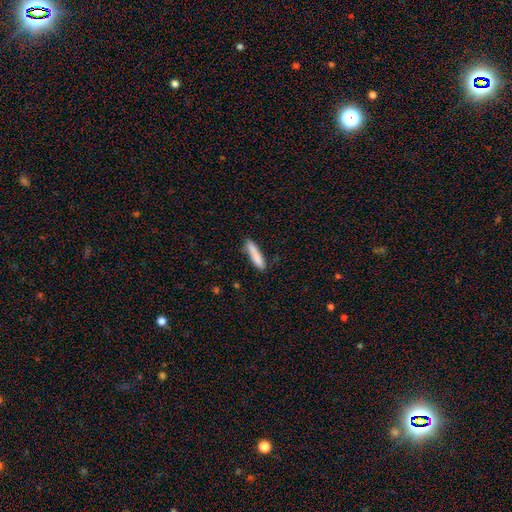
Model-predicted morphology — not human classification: The model was most divided on "merging": none: 75%, minor disturbance: 17%, merger: 4%, major disturbance: 3%. More confident: smooth or featured — smooth (83%); how rounded — cigar-shaped (83%).